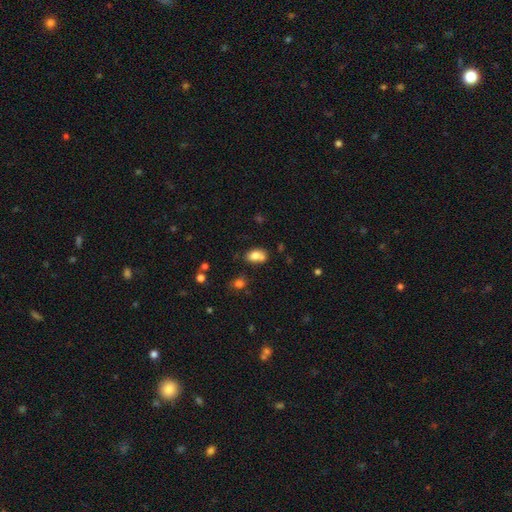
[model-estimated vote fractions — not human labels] Smooth or featured? smooth (77%)
How rounded? in between (80%)
Merging? none (41%)